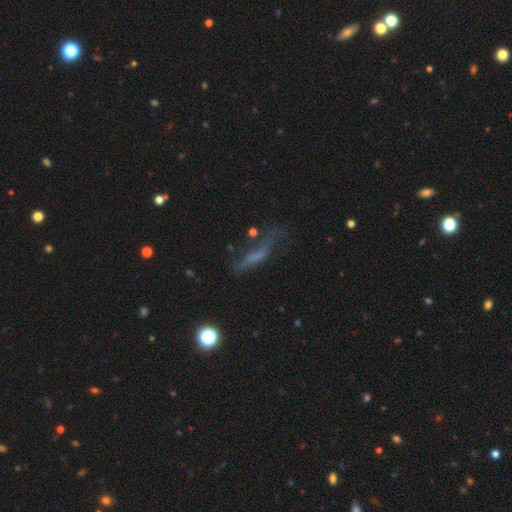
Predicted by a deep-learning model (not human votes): smooth-or-featured: smooth: 45% | featured or disk: 37% | star or artifact: 18%
  merging: none: 50% | minor disturbance: 24% | major disturbance: 21% | merger: 5%